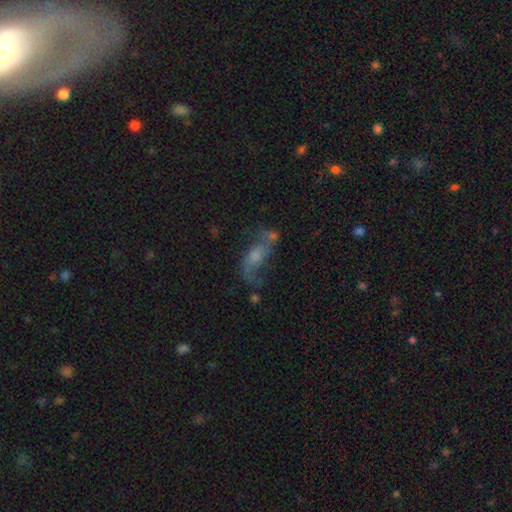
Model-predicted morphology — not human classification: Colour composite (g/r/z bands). It shows a featured or disk galaxy (66%) with no bar (57%), spiral arms (84%) and a moderate central bulge (42%). Merging: none (54%).